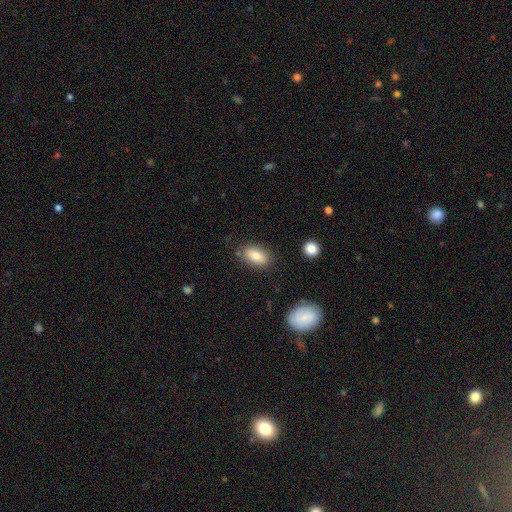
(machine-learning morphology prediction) Q: Smooth or featured?
A: smooth (82%); runner-up: featured or disk (11%)
Q: How rounded?
A: in between (89%); runner-up: cigar-shaped (6%)
Q: Merging?
A: none (79%); runner-up: minor disturbance (14%)